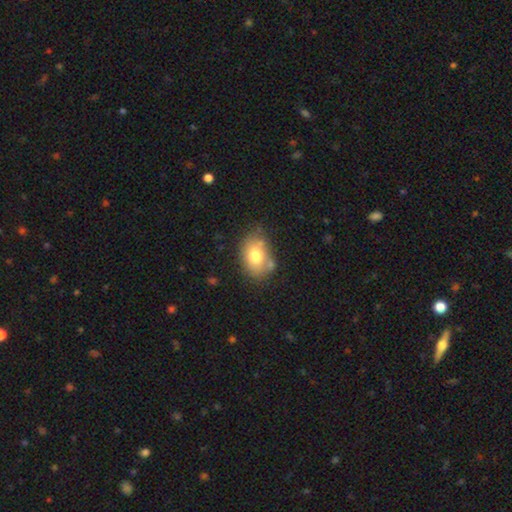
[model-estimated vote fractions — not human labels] This appears to be a smooth galaxy with no disk features (73%) that is in between round and cigar-shaped (73%). Merging: none (65%).